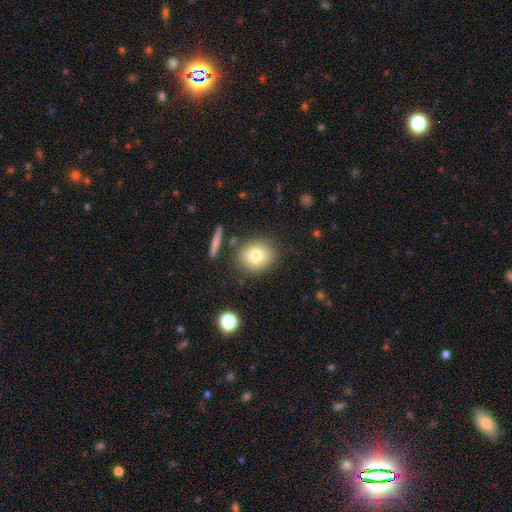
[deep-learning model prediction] smooth-or-featured: smooth: 77% | featured or disk: 12% | star or artifact: 11%
  how-rounded: round: 78% | in between: 21% | cigar-shaped: 1%
  merging: none: 83% | minor disturbance: 10% | merger: 4% | major disturbance: 3%